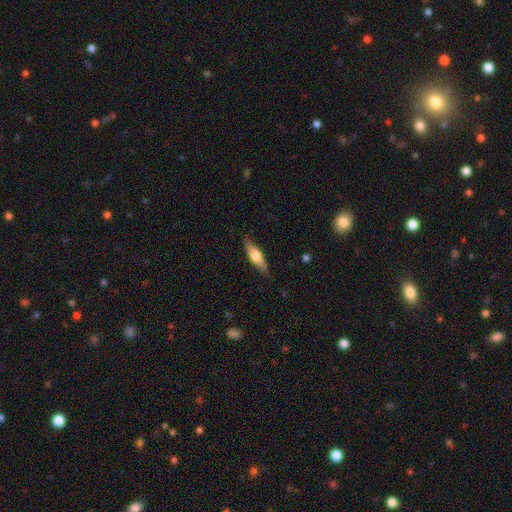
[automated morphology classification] A featured or disk galaxy (49%).

Vote fractions:
- Smooth or featured? featured or disk: 49% / smooth: 45% / star or artifact: 6%
- Merging? none: 84% / minor disturbance: 12% / major disturbance: 2% / merger: 1%